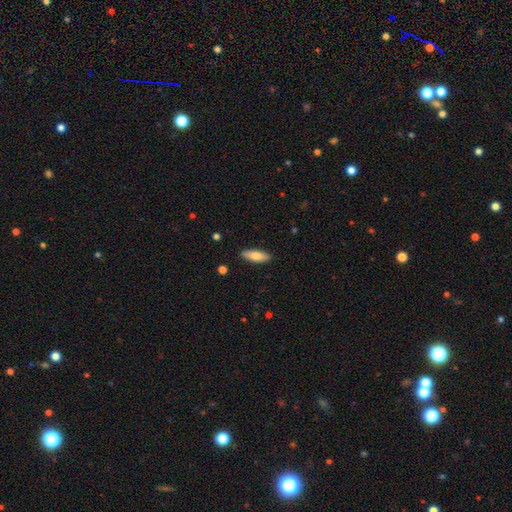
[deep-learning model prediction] Smooth or featured?
  - smooth: 75% *
  - featured or disk: 19%
  - star or artifact: 6%
How rounded?
  - in between: 56% *
  - cigar-shaped: 42%
  - round: 2%
Merging?
  - none: 90% *
  - minor disturbance: 8%
  - major disturbance: 2%
  - merger: 1%